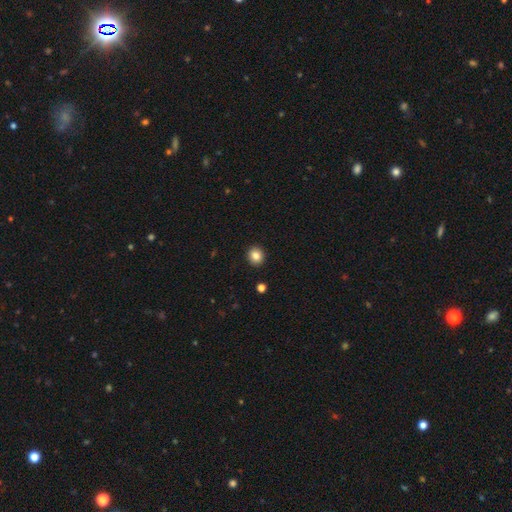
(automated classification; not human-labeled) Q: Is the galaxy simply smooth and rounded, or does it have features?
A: smooth — 84%.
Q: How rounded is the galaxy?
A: round — 85%.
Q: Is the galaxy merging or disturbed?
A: none — 92%.